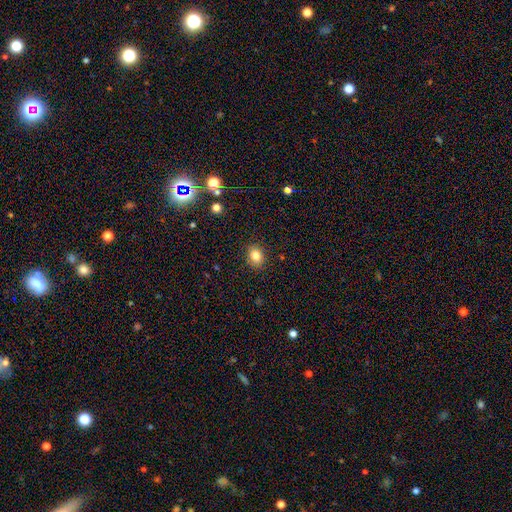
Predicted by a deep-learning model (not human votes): smooth 82%, star or artifact 11%, featured or disk 7%. Down the decision tree: how rounded — in between (53%); merging — none (88%).